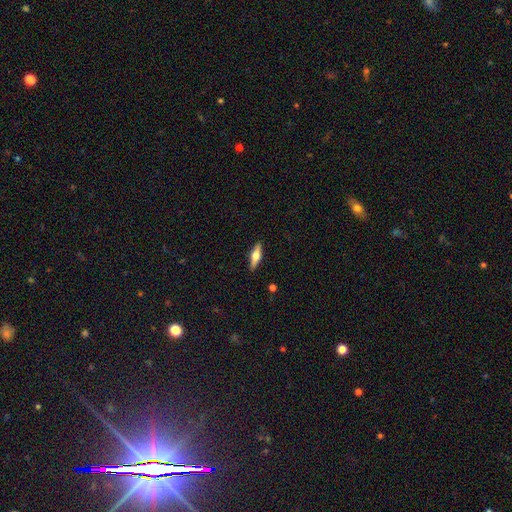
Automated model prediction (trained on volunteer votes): smooth-or-featured: featured or disk: 58% | smooth: 36% | star or artifact: 6%
  disk-edge-on: yes: 95% | no: 5%
    edge-on-bulge: rounded: 95% | boxy: 4% | none: 2%
  merging: none: 90% | minor disturbance: 7% | major disturbance: 2% | merger: 1%